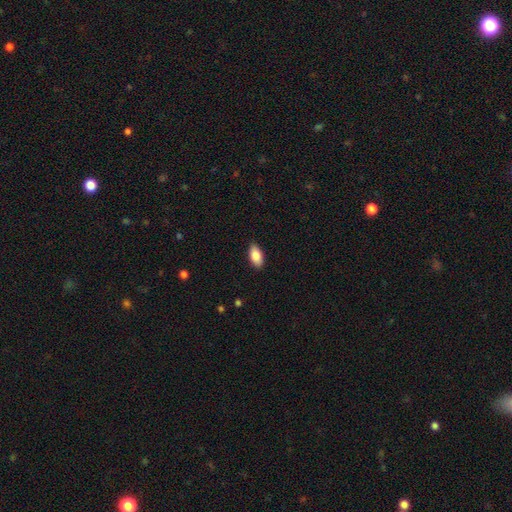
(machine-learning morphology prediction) Smooth or featured? Predicted: smooth (p=0.85). How rounded? Predicted: in between (p=0.93). Merging? Predicted: none (p=0.89).